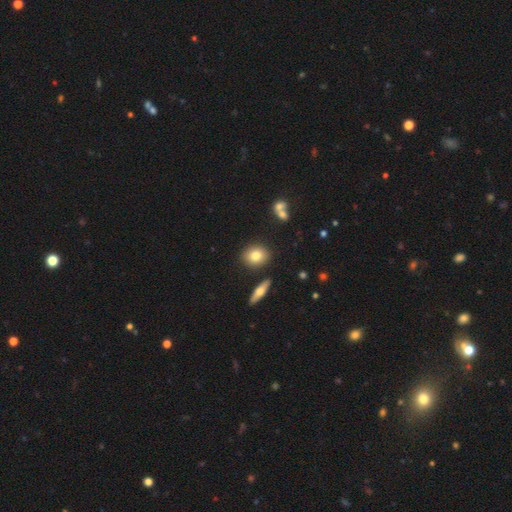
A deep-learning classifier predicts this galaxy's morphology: Overall: smooth (79%). How rounded: round (57%; in between 40%). Merging: none (83%).